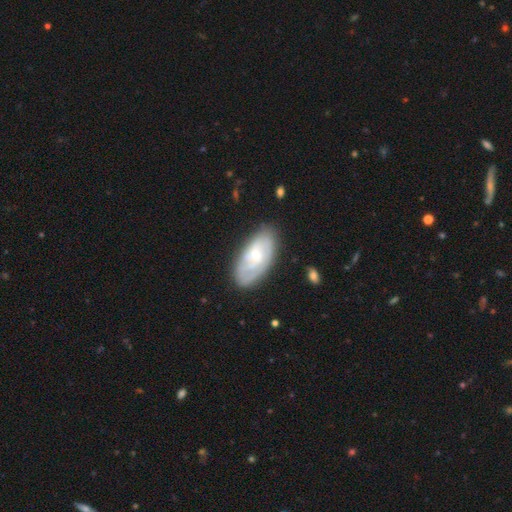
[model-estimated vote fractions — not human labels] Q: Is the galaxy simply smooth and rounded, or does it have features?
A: featured or disk — 59%.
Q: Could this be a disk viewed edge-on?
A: no — 93%.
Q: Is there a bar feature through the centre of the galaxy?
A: no — 55%.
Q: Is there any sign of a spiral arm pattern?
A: yes — 76%.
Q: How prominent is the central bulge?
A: small — 49%.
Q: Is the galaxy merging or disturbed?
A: none — 73%.